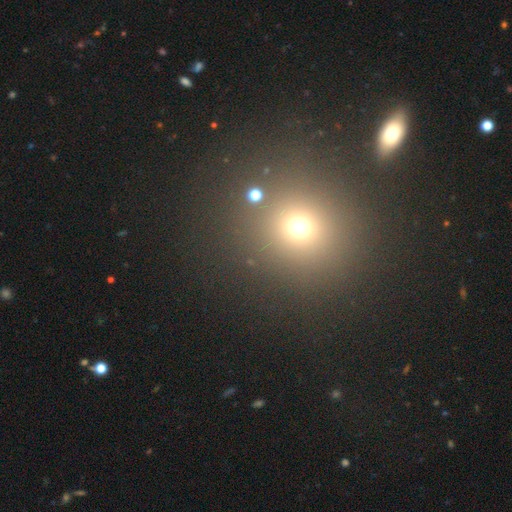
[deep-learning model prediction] Overall: smooth (56%; star or artifact 35%). How rounded: round (86%). Merging: none (83%).